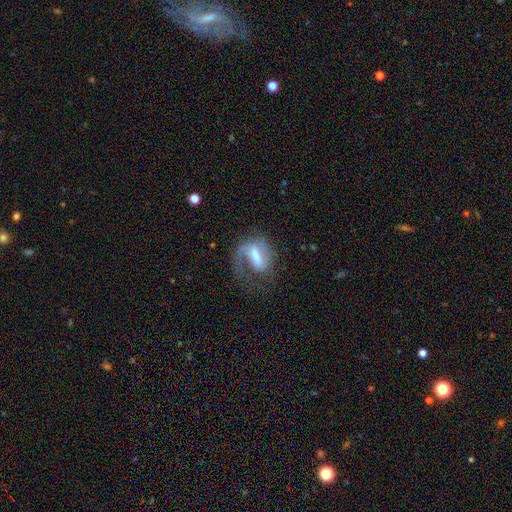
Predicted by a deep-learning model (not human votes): Overall: featured or disk (66%). Edge-on disk: no (95%). Bar: weak (44%; strong 38%). Spiral arms: yes (83%). Spiral arm count: 1 (62%; 2 26%). Spiral winding: medium (42%; loose 38%). Bulge size: moderate (47%; small 21%). Merging: major disturbance (40%, tied with none).